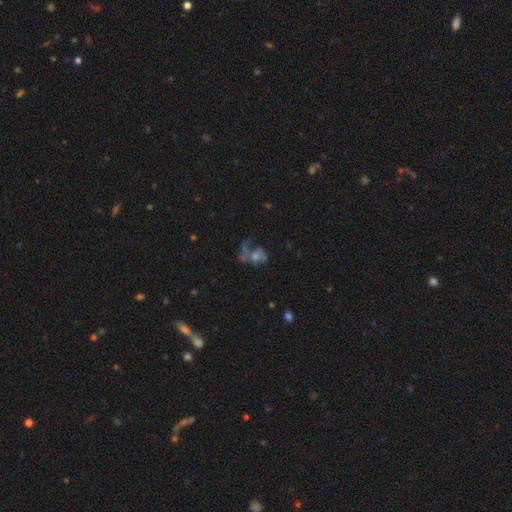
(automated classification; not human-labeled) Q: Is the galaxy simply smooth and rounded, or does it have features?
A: featured or disk — 52%.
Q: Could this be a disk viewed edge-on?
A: no — 96%.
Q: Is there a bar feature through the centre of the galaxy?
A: no — 82%.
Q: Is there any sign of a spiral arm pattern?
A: yes — 54%.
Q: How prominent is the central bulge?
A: moderate — 40%.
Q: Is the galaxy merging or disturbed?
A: major disturbance — 38%.